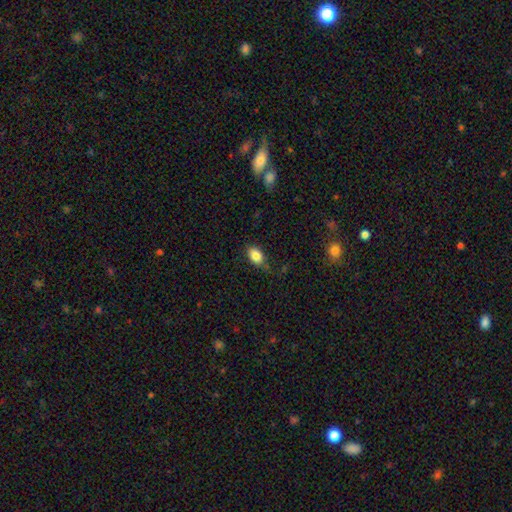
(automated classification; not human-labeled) Overall: smooth (85%). How rounded: in between (86%). Merging: none (70%).